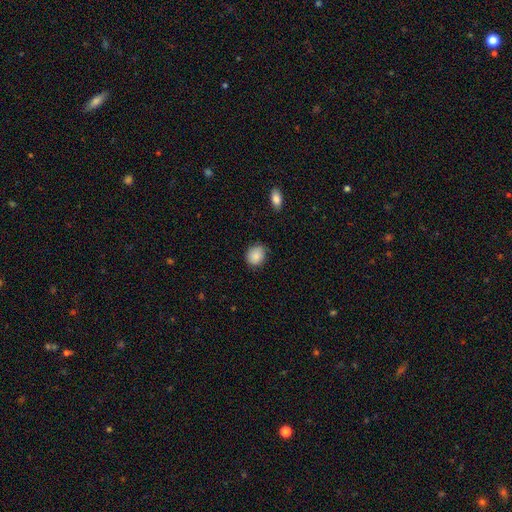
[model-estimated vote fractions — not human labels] smooth_or_featured: smooth (p=0.87) [alt: star or artifact p=0.08]
how_rounded: round (p=0.64) [alt: in between p=0.35]
merging: none (p=0.75) [alt: minor disturbance p=0.20]